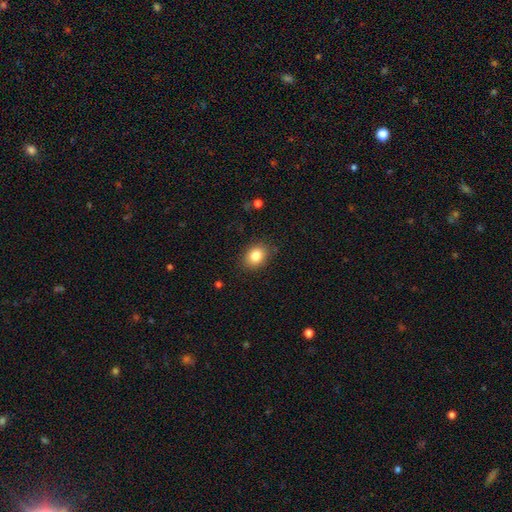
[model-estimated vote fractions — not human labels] Morphology: type=smooth (84%); roundness=in between (55%); merging=none (86%).